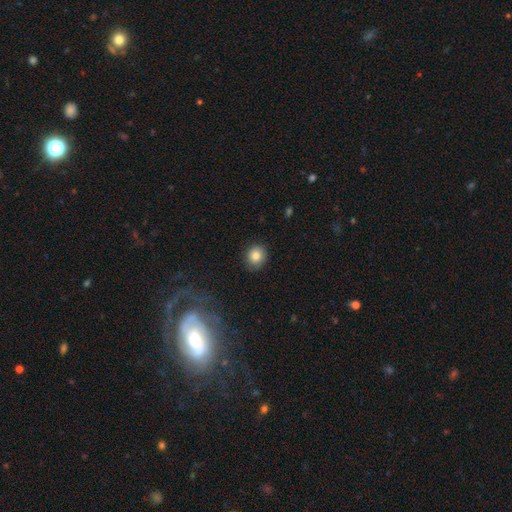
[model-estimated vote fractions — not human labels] This is clearly a smooth galaxy (82%). How rounded: likely round (78%). Merging: clearly none (86%).